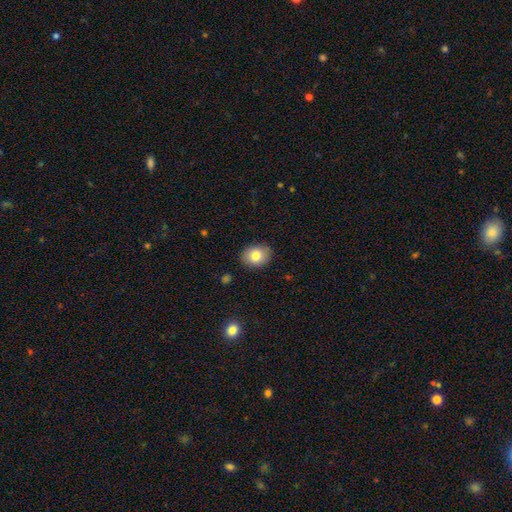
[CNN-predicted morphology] The model was most divided on "how rounded": in between: 61%, round: 38%, cigar-shaped: 1%. More confident: merging — none (87%); smooth or featured — smooth (81%).